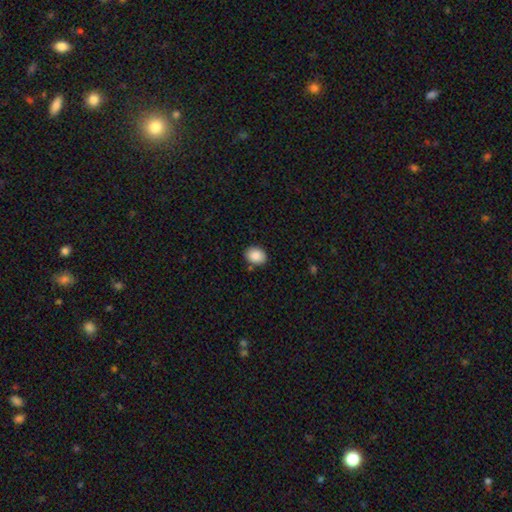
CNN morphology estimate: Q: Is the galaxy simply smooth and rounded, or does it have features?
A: smooth — 89%.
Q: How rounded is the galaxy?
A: in between — 59%.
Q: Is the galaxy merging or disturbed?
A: none — 84%.